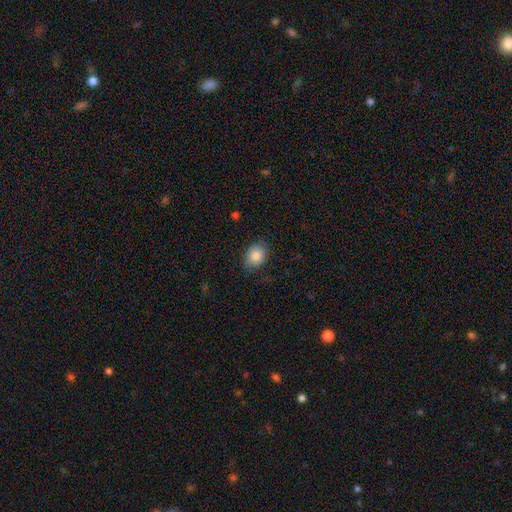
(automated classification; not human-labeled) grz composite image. It shows a smooth galaxy with no disk features (84%) that is in between round and cigar-shaped (64%). Merging: none (78%).